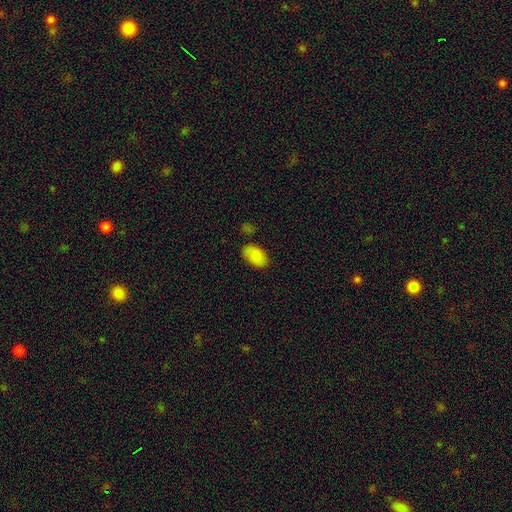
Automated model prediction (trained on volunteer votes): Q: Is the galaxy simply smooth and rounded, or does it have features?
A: smooth — 87%.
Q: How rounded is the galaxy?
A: in between — 94%.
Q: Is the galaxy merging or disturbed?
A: none — 80%.